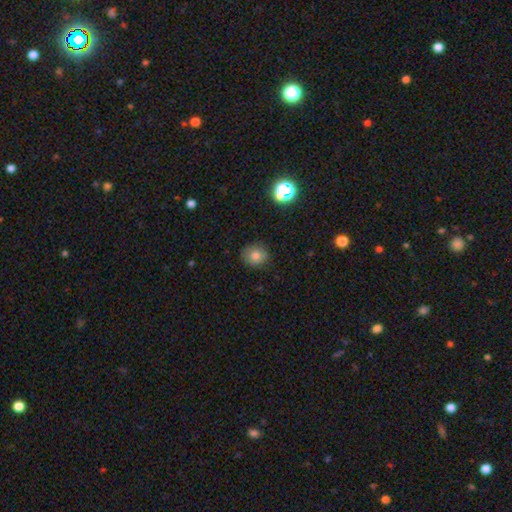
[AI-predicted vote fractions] smooth 78%, star or artifact 13%, featured or disk 9%. Down the decision tree: how rounded — round (79%); merging — none (84%).